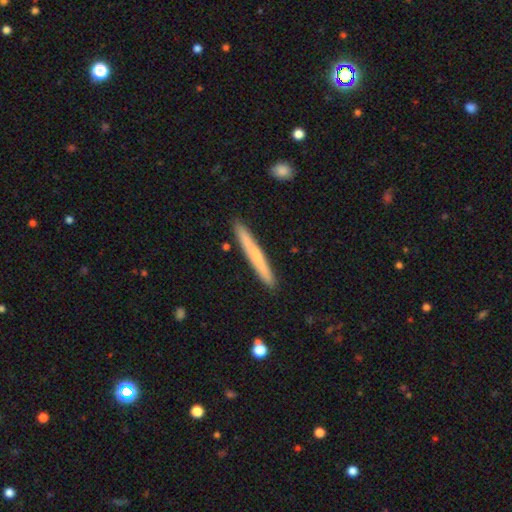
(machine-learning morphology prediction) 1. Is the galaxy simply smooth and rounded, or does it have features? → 59% smooth, 35% featured or disk, 5% star or artifact.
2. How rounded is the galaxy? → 97% cigar-shaped, 2% in between, 1% round.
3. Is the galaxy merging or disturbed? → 91% none, 7% minor disturbance, 1% merger, 1% major disturbance.